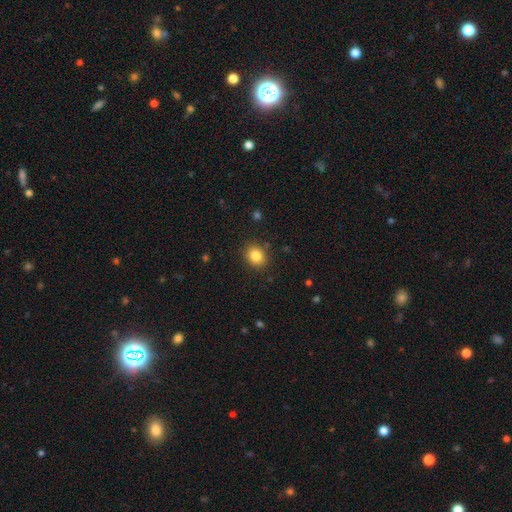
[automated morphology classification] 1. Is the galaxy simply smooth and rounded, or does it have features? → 84% smooth, 11% star or artifact, 6% featured or disk.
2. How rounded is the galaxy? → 68% round, 31% in between, 1% cigar-shaped.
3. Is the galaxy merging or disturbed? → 88% none, 8% minor disturbance, 2% major disturbance, 1% merger.